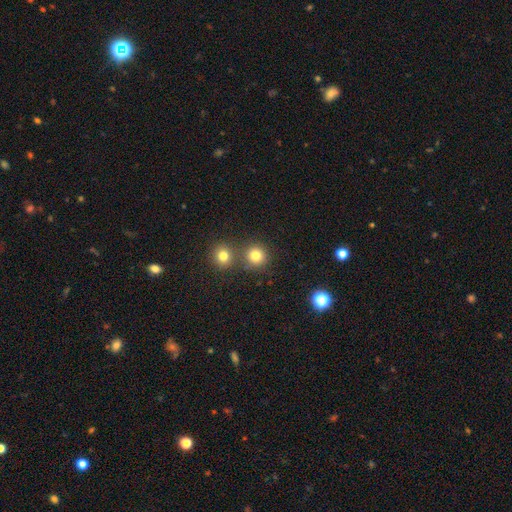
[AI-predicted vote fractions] A smooth galaxy with no disk features (79%) that is round (92%). Merging: none (74%).